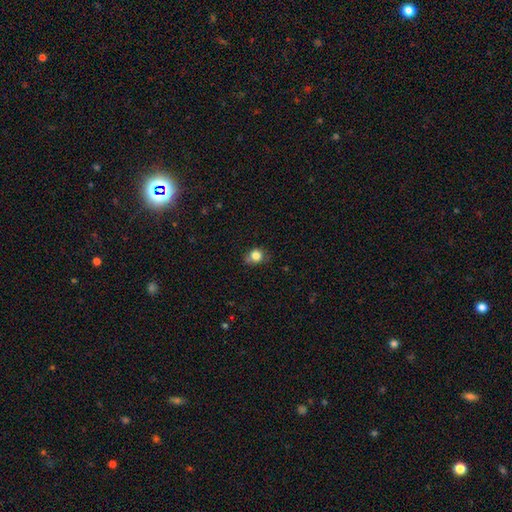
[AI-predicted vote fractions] A smooth galaxy with no disk features (82%) that is round (75%).

Vote fractions:
- Smooth or featured? smooth: 82% / star or artifact: 11% / featured or disk: 6%
- How rounded? round: 75% / in between: 24% / cigar-shaped: 1%
- Merging? none: 62% / minor disturbance: 26% / merger: 6% / major disturbance: 6%